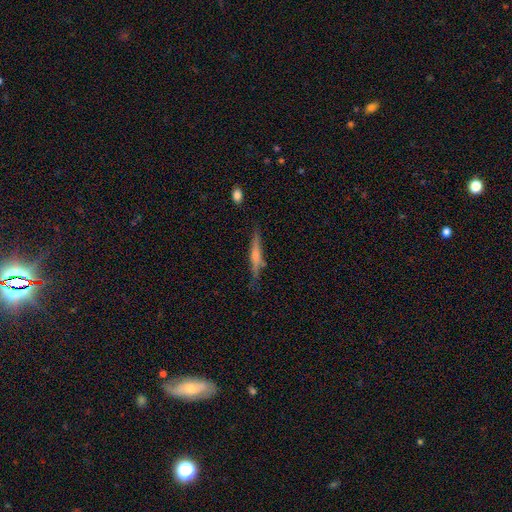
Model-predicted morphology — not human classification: Smooth or featured: featured or disk — 48% (smooth — 45%)
Merging: none — 76% (minor disturbance — 17%)